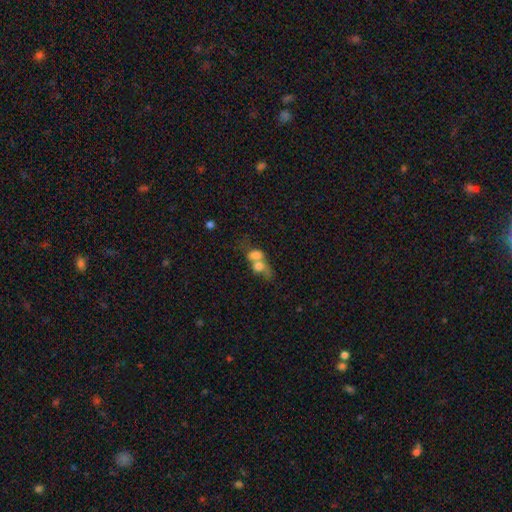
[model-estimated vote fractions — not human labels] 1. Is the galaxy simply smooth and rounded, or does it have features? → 65% smooth, 24% featured or disk, 11% star or artifact.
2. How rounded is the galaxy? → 66% in between, 31% round, 4% cigar-shaped.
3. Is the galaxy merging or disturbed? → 76% merger, 11% none, 8% major disturbance, 5% minor disturbance.